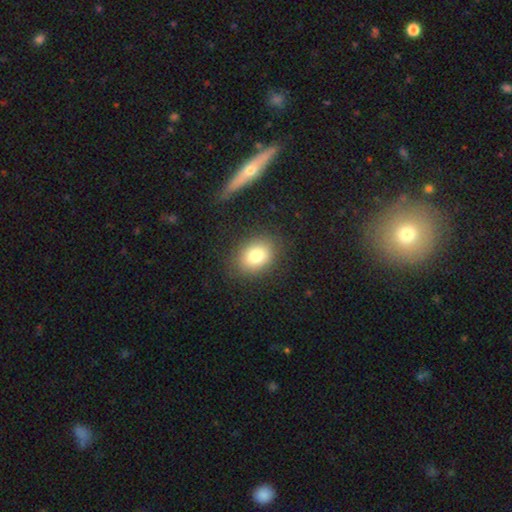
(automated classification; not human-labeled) smooth_or_featured: smooth (p=0.80) [alt: featured or disk p=0.10]
how_rounded: in between (p=0.59) [alt: round p=0.39]
merging: none (p=0.83) [alt: minor disturbance p=0.11]